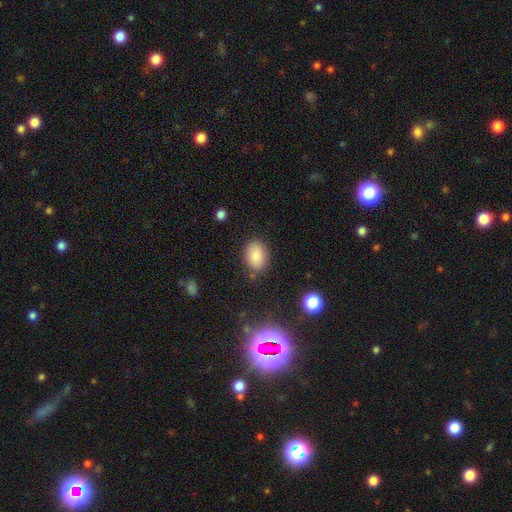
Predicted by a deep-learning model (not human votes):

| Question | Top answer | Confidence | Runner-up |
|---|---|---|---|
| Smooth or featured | smooth | 85% | star or artifact (9%) |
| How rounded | in between | 80% | round (19%) |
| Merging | none | 81% | minor disturbance (13%) |